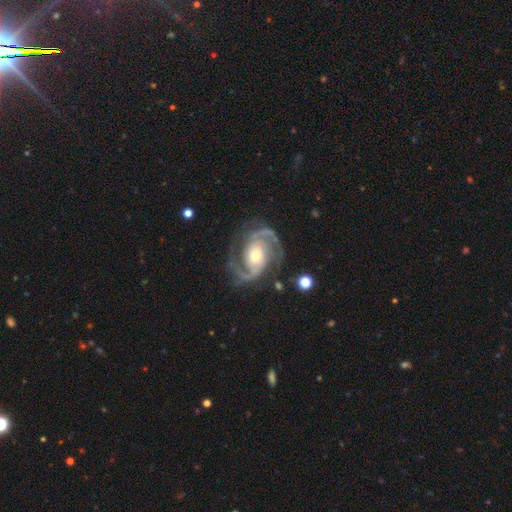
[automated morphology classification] smooth-or-featured: featured or disk: 93% | star or artifact: 4% | smooth: 3%
  disk-edge-on: no: 98% | yes: 2%
    bar: no: 53% | weak: 31% | strong: 16%
    has-spiral-arms: yes: 98% | no: 2%
      spiral-winding: medium: 59% | tight: 26% | loose: 14%
      spiral-arm-count: 2: 92% | 3: 3% | can't tell: 2% | 1: 1% | 4: 1% | more than 4: 1%
    bulge-size: moderate: 53% | small: 37% | large: 7% | none: 1% | dominant: 1%
  merging: none: 79% | minor disturbance: 13% | major disturbance: 6% | merger: 2%